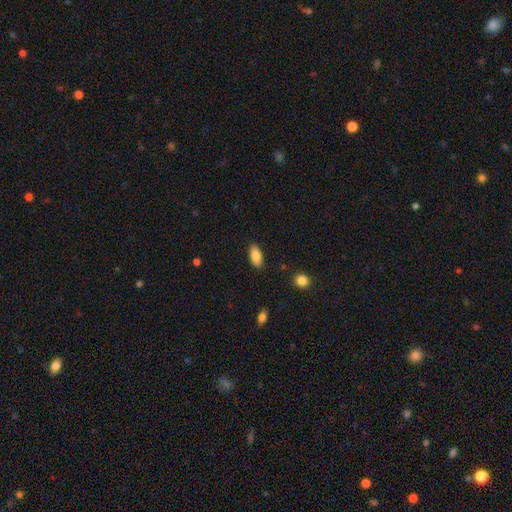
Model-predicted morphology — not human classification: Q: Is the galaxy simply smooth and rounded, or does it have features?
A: smooth — 85%.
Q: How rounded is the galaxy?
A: in between — 89%.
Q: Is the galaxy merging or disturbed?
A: none — 88%.